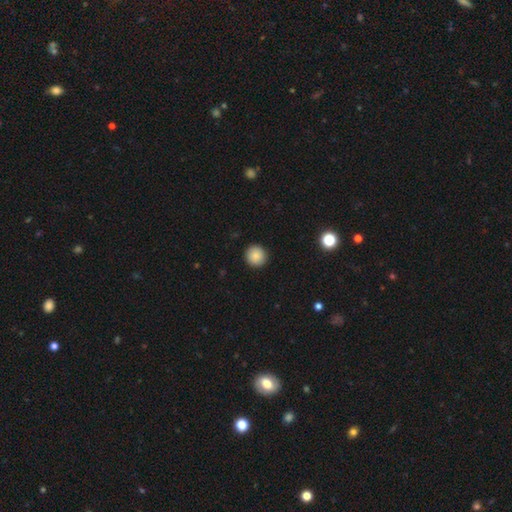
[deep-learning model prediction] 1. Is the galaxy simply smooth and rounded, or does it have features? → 88% smooth, 9% star or artifact, 4% featured or disk.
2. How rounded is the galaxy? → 94% round, 5% in between, 1% cigar-shaped.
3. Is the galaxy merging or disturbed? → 92% none, 5% minor disturbance, 2% major disturbance, 1% merger.